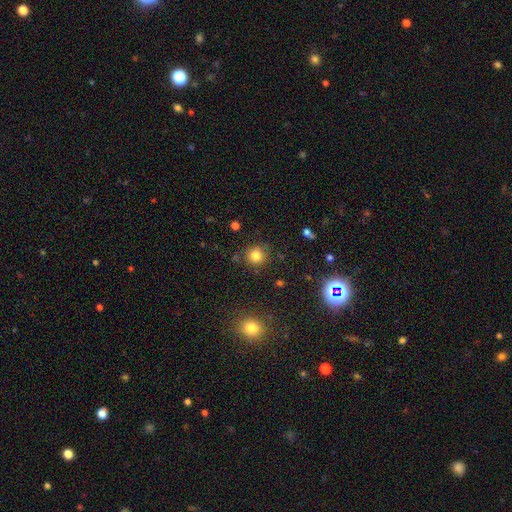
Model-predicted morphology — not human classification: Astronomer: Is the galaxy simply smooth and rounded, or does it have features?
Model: smooth — 80%.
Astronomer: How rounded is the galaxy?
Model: round — 91%.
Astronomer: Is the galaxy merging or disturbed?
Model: none — 84%.